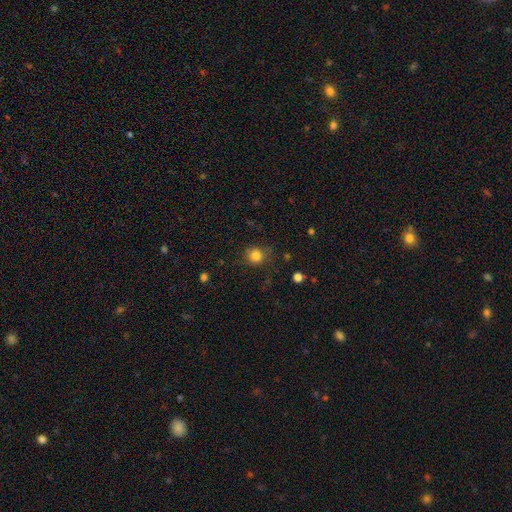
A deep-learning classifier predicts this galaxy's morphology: Smooth or featured? smooth (81%)
How rounded? round (88%)
Merging? none (77%)